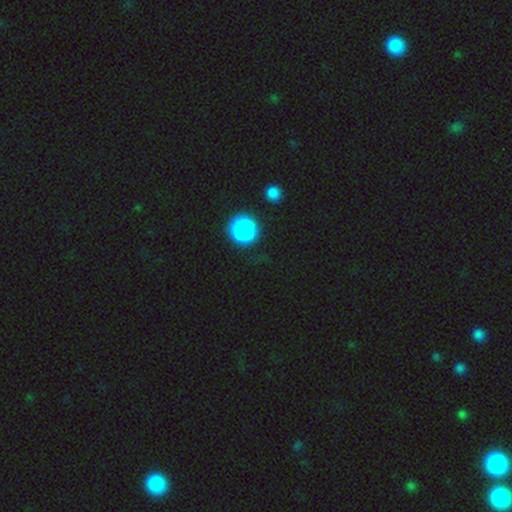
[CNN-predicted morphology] smooth 78%, star or artifact 19%, featured or disk 4%. Down the decision tree: how rounded — round (93%); merging — none (90%).